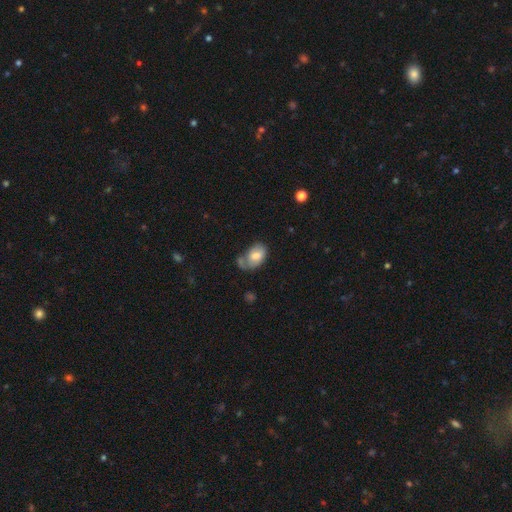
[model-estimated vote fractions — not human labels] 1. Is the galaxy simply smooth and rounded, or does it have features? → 68% smooth, 25% featured or disk, 7% star or artifact.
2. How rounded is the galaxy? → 89% in between, 9% round, 1% cigar-shaped.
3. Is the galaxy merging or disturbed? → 35% none, 28% minor disturbance, 19% major disturbance, 18% merger.